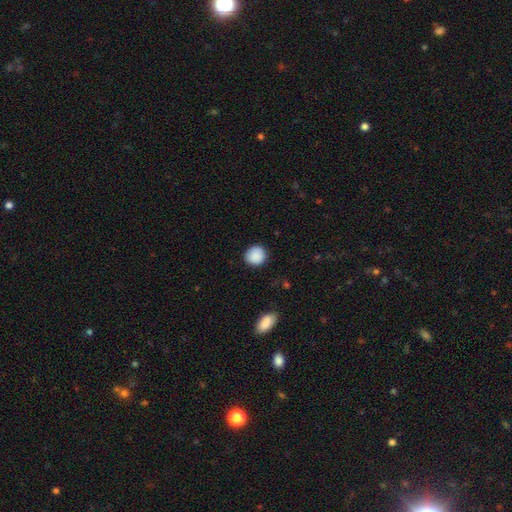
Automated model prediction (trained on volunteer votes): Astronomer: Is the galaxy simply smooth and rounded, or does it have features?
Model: smooth — 89%.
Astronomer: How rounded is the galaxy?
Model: round — 91%.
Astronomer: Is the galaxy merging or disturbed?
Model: none — 87%.